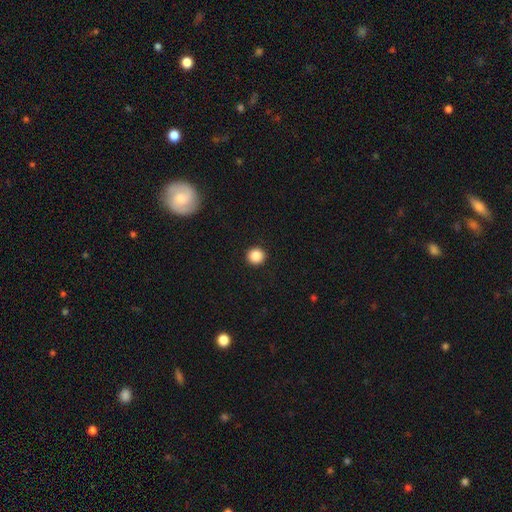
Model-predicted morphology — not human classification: A smooth galaxy with no disk features (87%) that is round (93%). Merging: none (93%).